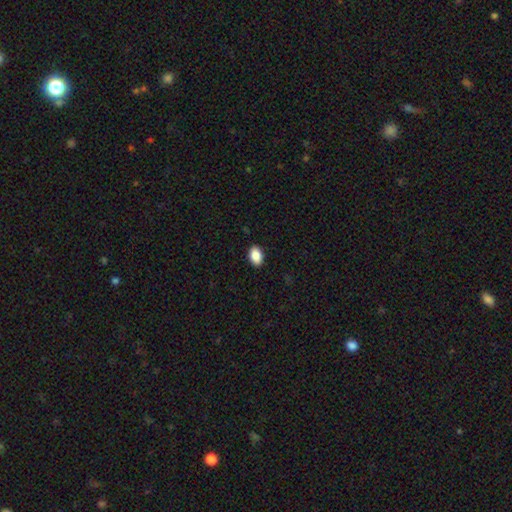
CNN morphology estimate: type=smooth (89%); roundness=in between (89%); merging=none (89%).